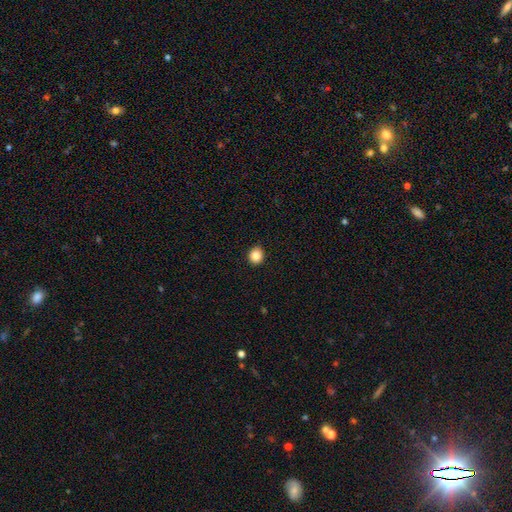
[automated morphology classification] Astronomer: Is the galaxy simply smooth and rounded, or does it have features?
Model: smooth — 86%.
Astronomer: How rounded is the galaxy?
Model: round — 83%.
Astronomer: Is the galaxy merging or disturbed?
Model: none — 91%.